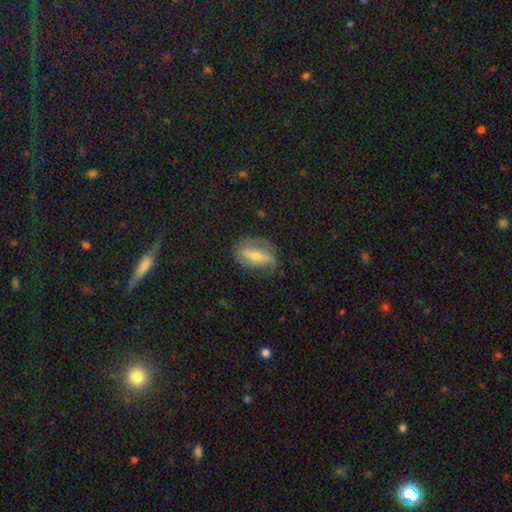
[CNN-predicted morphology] The model was most divided on "bar": strong: 45%, weak: 31%, no: 23%. More confident: edge-on disk — no (92%); spiral arms — yes (80%); smooth or featured — featured or disk (67%); merging — none (64%); bulge size — small (54%).